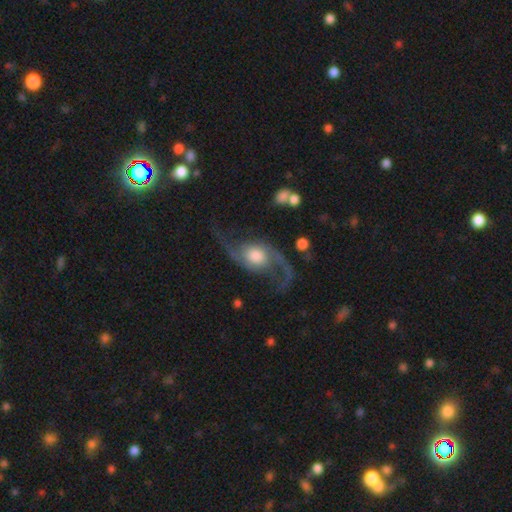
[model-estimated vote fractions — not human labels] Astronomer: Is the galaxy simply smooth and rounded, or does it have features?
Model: featured or disk — 90%.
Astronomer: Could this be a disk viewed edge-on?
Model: no — 96%.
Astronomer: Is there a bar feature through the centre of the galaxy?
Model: no — 67%.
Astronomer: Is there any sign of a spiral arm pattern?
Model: yes — 97%.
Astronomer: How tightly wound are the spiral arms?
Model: loose — 72%.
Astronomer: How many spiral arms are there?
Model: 2 — 94%.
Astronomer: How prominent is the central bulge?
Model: large — 43% (runner-up: moderate, 37%).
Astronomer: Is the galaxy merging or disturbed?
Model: none — 69%.